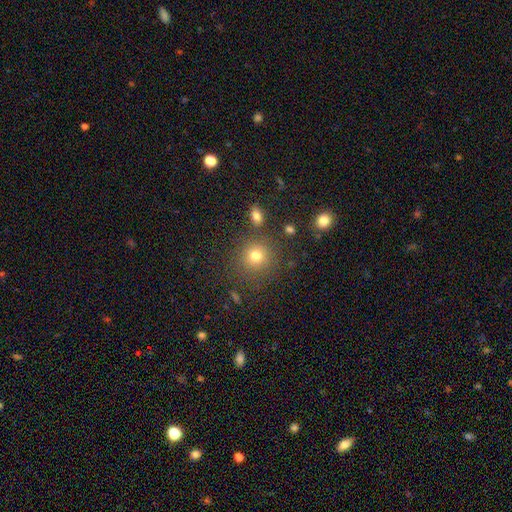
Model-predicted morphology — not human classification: type=smooth (77%); roundness=round (88%); merging=none (79%).